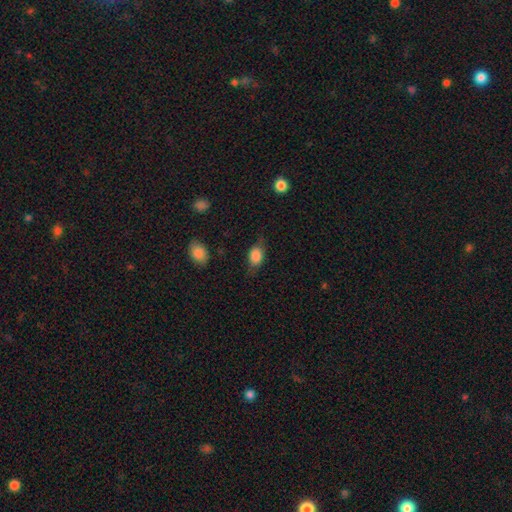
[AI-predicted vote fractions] Q: Smooth or featured?
A: smooth (81%); runner-up: featured or disk (11%)
Q: How rounded?
A: in between (81%); runner-up: round (15%)
Q: Merging?
A: none (66%); runner-up: minor disturbance (24%)